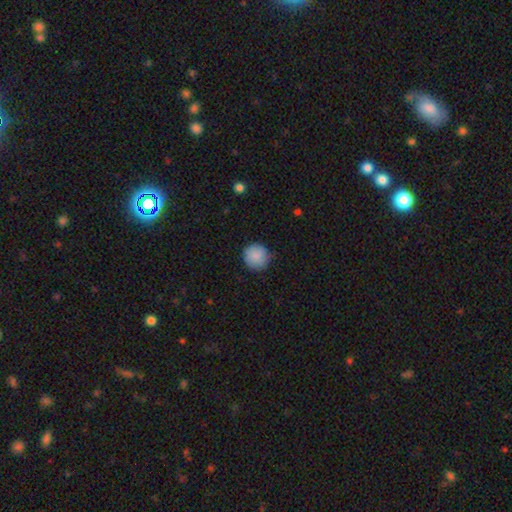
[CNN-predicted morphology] A smooth galaxy with no disk features (86%) that is round (93%). Merging: none (79%).